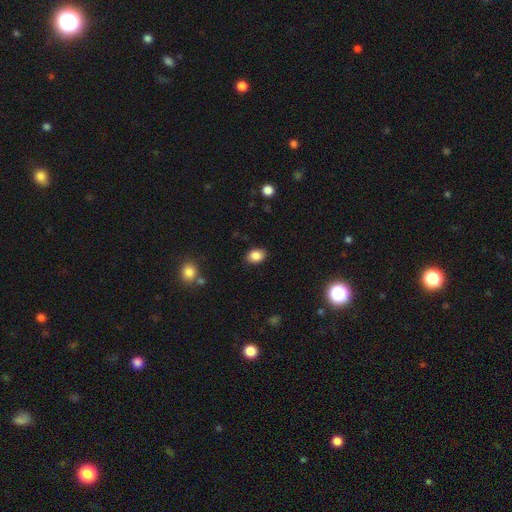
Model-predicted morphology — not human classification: A smooth galaxy with no disk features (86%) that is in between round and cigar-shaped (70%).

Vote fractions:
- Smooth or featured? smooth: 86% / star or artifact: 9% / featured or disk: 5%
- How rounded? in between: 70% / round: 29% / cigar-shaped: 1%
- Merging? none: 87% / minor disturbance: 9% / major disturbance: 2% / merger: 1%